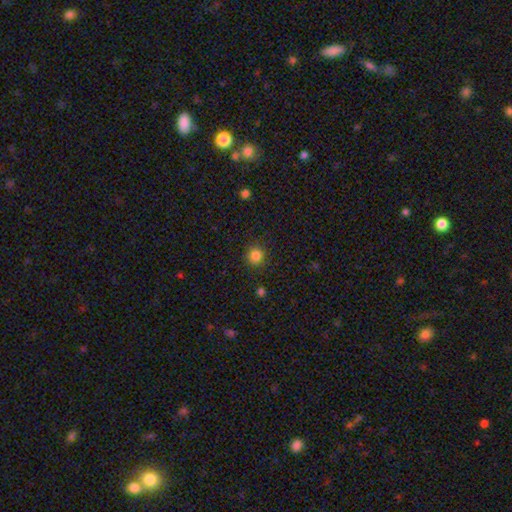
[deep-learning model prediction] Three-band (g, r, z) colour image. It shows a smooth galaxy with no disk features (84%) that is round (92%). Merging: none (90%).